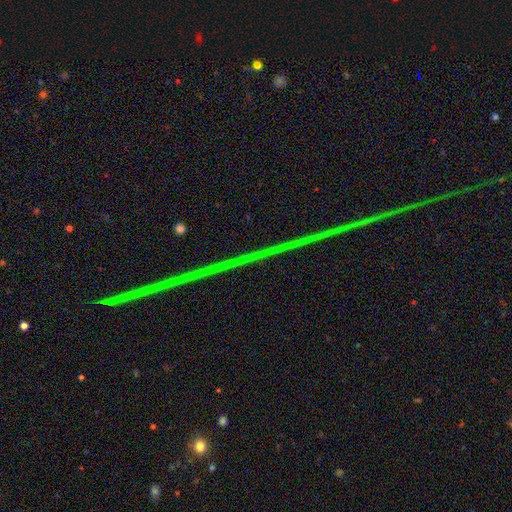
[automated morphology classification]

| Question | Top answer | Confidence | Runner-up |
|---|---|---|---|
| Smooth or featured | star or artifact | 85% | featured or disk (9%) |